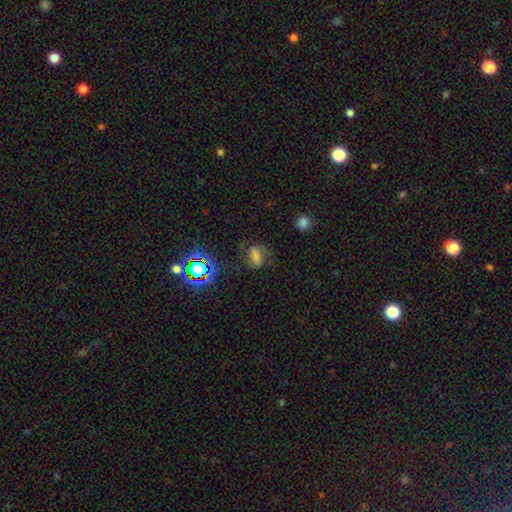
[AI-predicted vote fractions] Overall: smooth (44%; featured or disk 32%). Merging: none (62%).